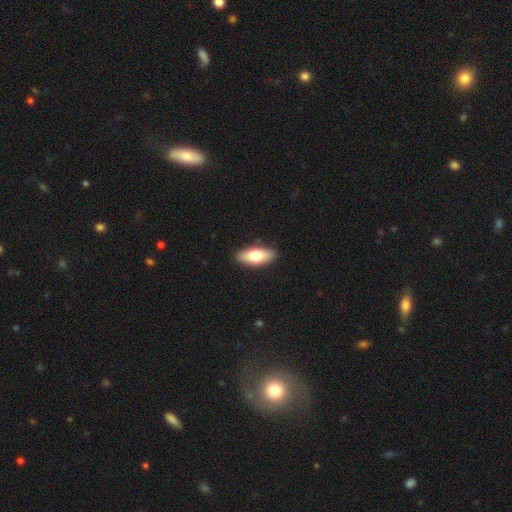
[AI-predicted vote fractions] This appears to be a smooth galaxy with no disk features (72%) that is in between round and cigar-shaped (82%). Merging: none (89%).